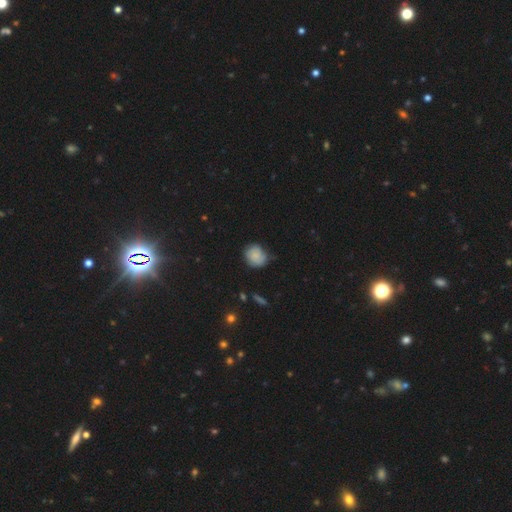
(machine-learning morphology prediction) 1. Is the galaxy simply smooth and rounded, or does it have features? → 74% smooth, 17% featured or disk, 9% star or artifact.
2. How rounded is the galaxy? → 74% round, 25% in between, 1% cigar-shaped.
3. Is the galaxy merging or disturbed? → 59% none, 32% minor disturbance, 7% major disturbance, 2% merger.